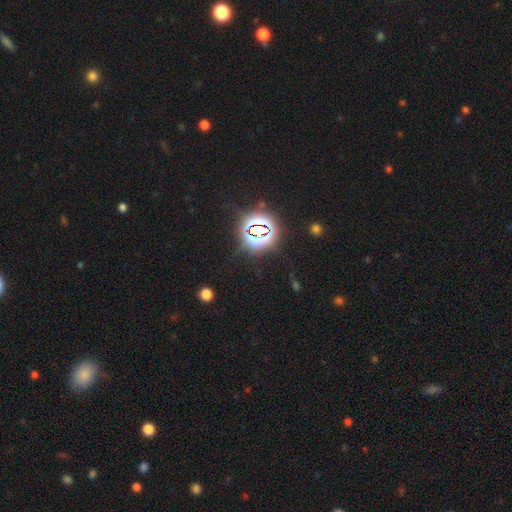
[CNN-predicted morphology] star or artifact 83%, smooth 11%, featured or disk 6%.